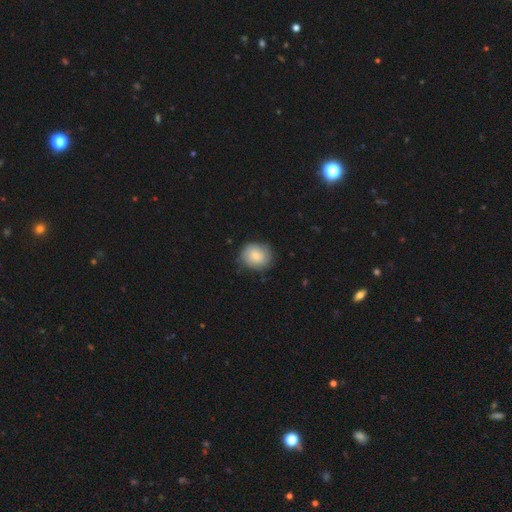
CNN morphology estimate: Overall: smooth (71%). How rounded: round (72%). Merging: none (74%).